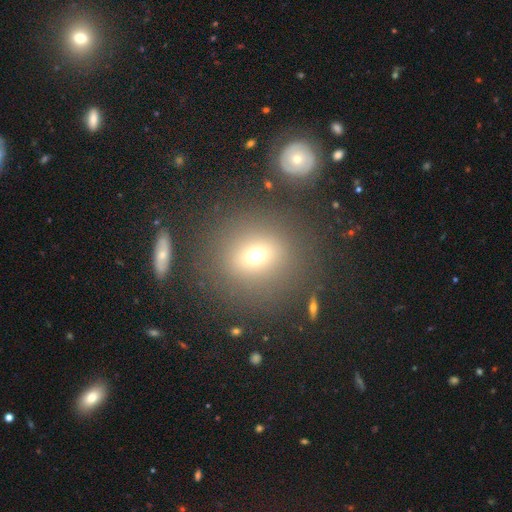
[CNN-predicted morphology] A smooth galaxy with no disk features (66%) that is round (79%).

Vote fractions:
- Smooth or featured? smooth: 66% / star or artifact: 19% / featured or disk: 15%
- How rounded? round: 79% / in between: 19% / cigar-shaped: 2%
- Merging? none: 81% / minor disturbance: 10% / major disturbance: 5% / merger: 4%